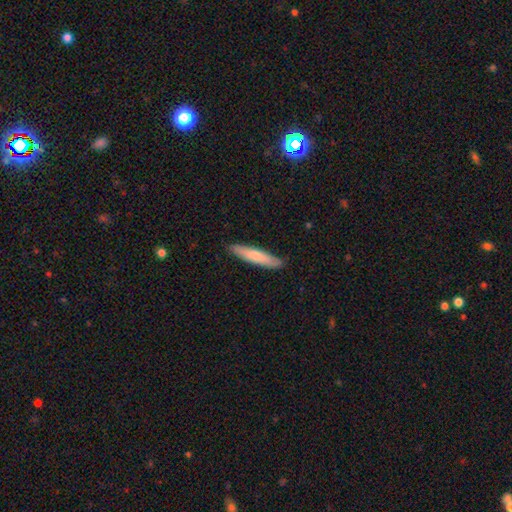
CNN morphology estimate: Smooth or featured: smooth — 74% (featured or disk — 21%)
How rounded: cigar-shaped — 88% (in between — 11%)
Merging: none — 88% (minor disturbance — 9%)